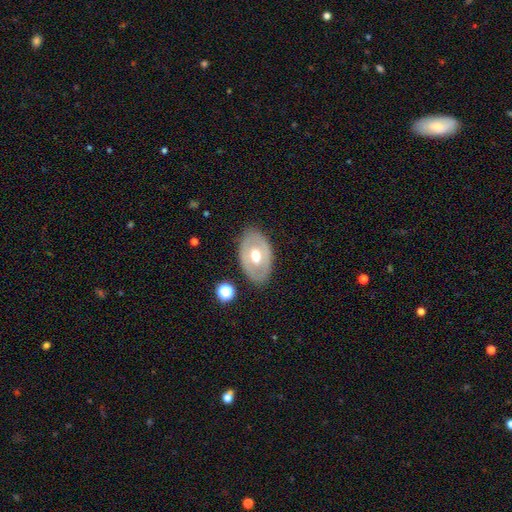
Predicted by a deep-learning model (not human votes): Q: Smooth or featured?
A: featured or disk (52%); runner-up: smooth (42%)
Q: Edge-on disk?
A: no (88%); runner-up: yes (12%)
Q: Merging?
A: none (82%); runner-up: minor disturbance (12%)